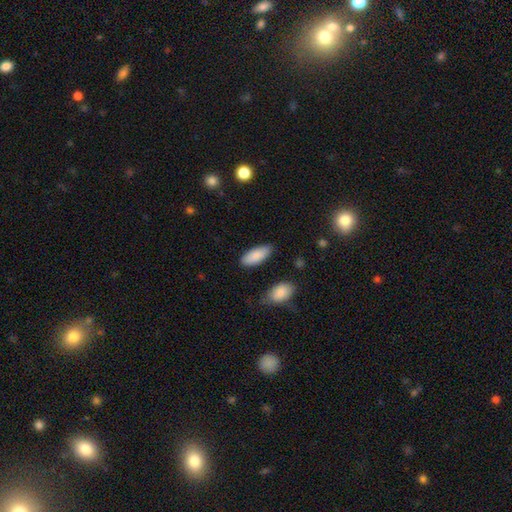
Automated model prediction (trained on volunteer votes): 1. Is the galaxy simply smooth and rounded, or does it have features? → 89% smooth, 6% star or artifact, 6% featured or disk.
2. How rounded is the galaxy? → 83% in between, 16% cigar-shaped, 2% round.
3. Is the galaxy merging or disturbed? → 81% none, 13% minor disturbance, 3% major disturbance, 3% merger.